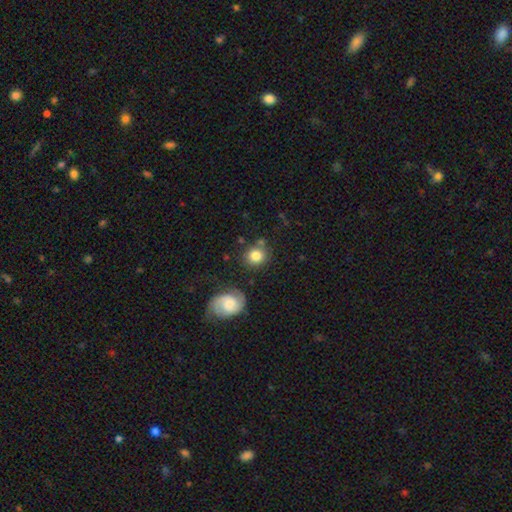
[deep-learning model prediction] Smooth or featured: smooth — 79% (featured or disk — 12%)
How rounded: round — 84% (in between — 15%)
Merging: none — 73% (minor disturbance — 13%)